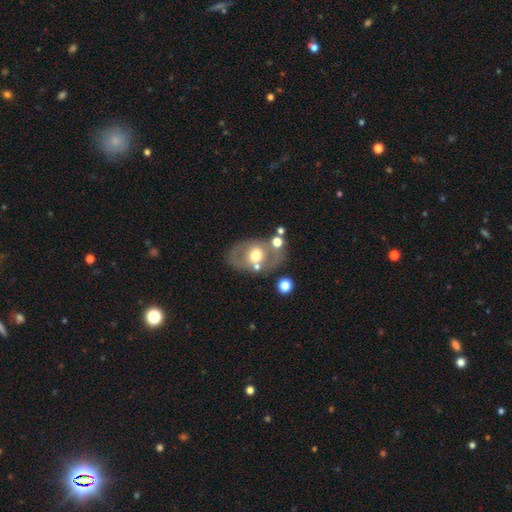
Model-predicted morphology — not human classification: A featured or disk galaxy (50%). Merging: none (65%).